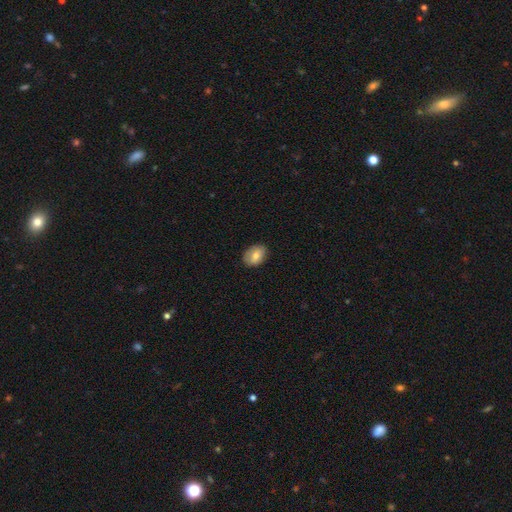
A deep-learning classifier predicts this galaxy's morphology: Smooth or featured?
  - smooth: 75% *
  - featured or disk: 18%
  - star or artifact: 8%
How rounded?
  - in between: 80% *
  - round: 19%
  - cigar-shaped: 1%
Merging?
  - none: 83% *
  - minor disturbance: 14%
  - major disturbance: 3%
  - merger: 1%